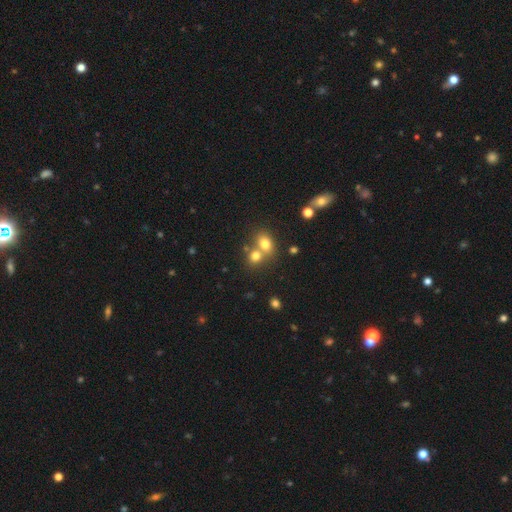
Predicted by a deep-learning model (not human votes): smooth_or_featured: smooth (p=0.75) [alt: star or artifact p=0.13]
how_rounded: round (p=0.58) [alt: in between p=0.41]
merging: merger (p=0.53) [alt: none p=0.37]